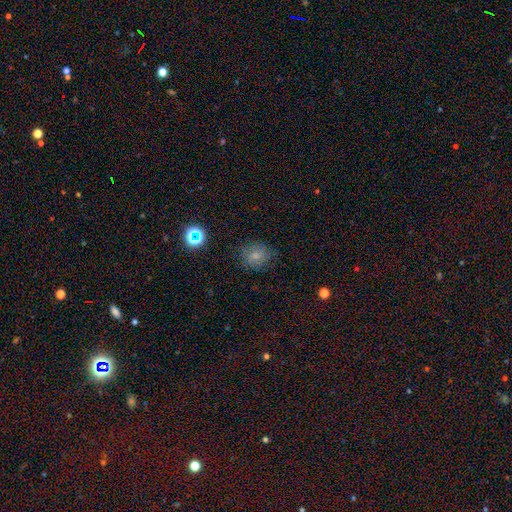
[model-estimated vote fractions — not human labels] A smooth galaxy with no disk features (73%) that is round (80%).

Vote fractions:
- Smooth or featured? smooth: 73% / star or artifact: 16% / featured or disk: 11%
- How rounded? round: 80% / in between: 19% / cigar-shaped: 1%
- Merging? none: 80% / minor disturbance: 15% / major disturbance: 4% / merger: 2%